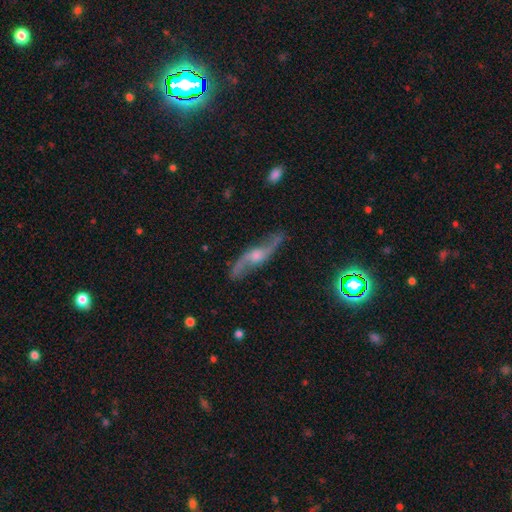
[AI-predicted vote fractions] smooth-or-featured: featured or disk: 82% | smooth: 13% | star or artifact: 6%
  disk-edge-on: no: 69% | yes: 31%
    bar: no: 60% | weak: 33% | strong: 8%
    has-spiral-arms: yes: 93% | no: 7%
      spiral-winding: loose: 78% | medium: 17% | tight: 5%
      spiral-arm-count: 2: 92% | can't tell: 3% | 1: 2% | 3: 1% | 4: 1% | more than 4: 1%
    bulge-size: moderate: 54% | small: 27% | large: 11% | none: 6% | dominant: 2%
  merging: none: 75% | minor disturbance: 17% | major disturbance: 6% | merger: 2%